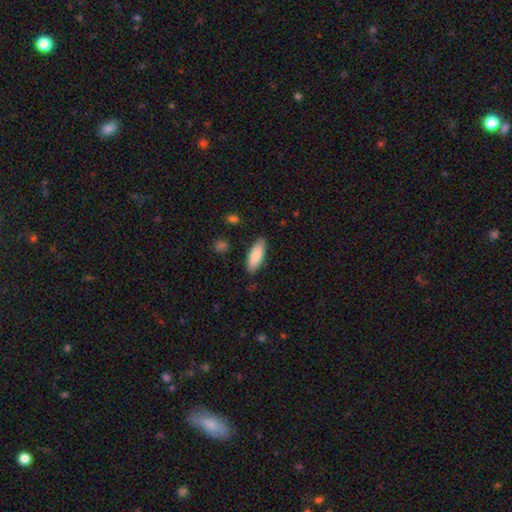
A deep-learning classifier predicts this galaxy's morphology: Smooth or featured: smooth — 87% (featured or disk — 8%)
How rounded: in between — 71% (cigar-shaped — 27%)
Merging: none — 85% (minor disturbance — 11%)